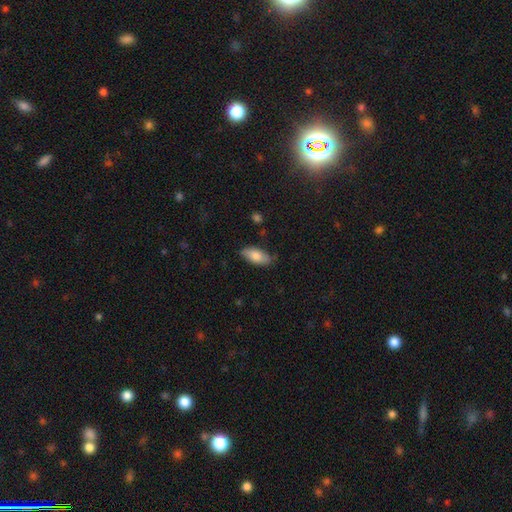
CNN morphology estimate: Smooth or featured? Predicted: smooth (p=0.77). How rounded? Predicted: in between (p=0.86). Merging? Predicted: none (p=0.78).